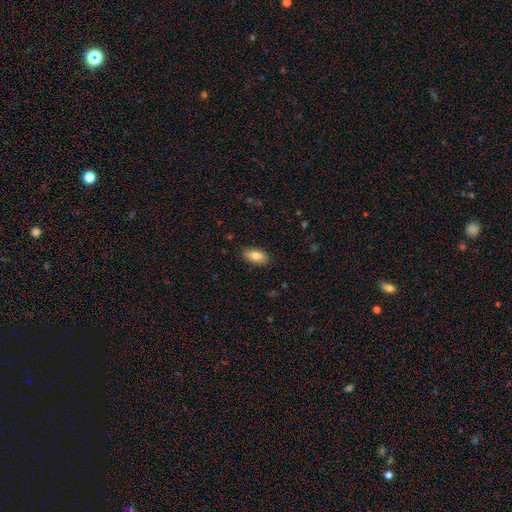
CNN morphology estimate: smooth-or-featured: smooth: 78% | featured or disk: 15% | star or artifact: 7%
  how-rounded: in between: 86% | cigar-shaped: 11% | round: 3%
  merging: none: 86% | minor disturbance: 11% | major disturbance: 2% | merger: 1%